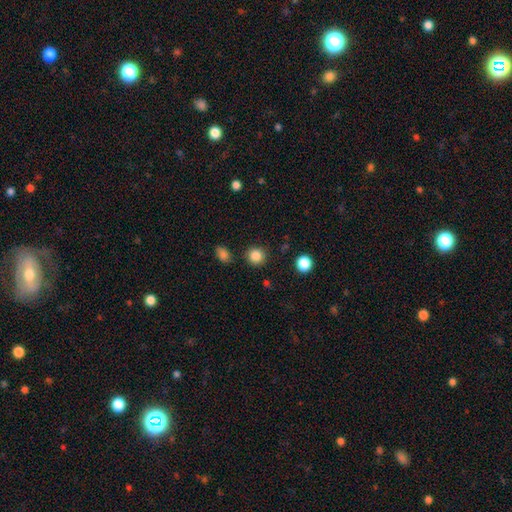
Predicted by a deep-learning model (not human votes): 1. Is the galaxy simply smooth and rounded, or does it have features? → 85% smooth, 11% star or artifact, 4% featured or disk.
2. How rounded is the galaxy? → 91% round, 8% in between, 1% cigar-shaped.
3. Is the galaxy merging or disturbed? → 87% none, 7% minor disturbance, 3% merger, 3% major disturbance.